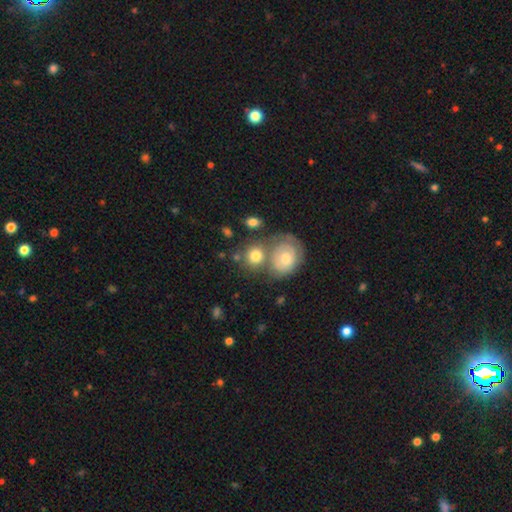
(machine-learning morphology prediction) This is likely a smooth galaxy (70%). How rounded: likely round (77%). Merging: possibly none (46%).